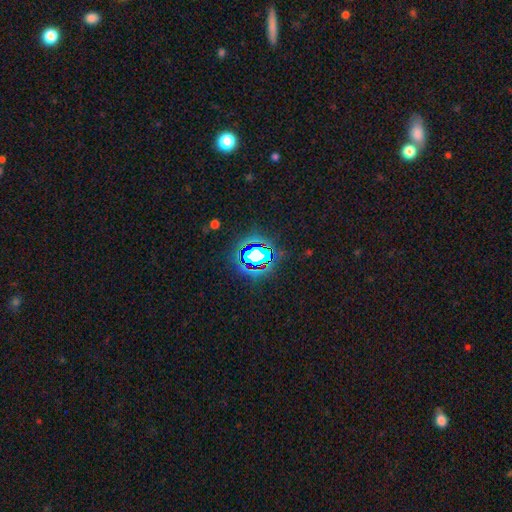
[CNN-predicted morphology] Overall: star or artifact (67%).